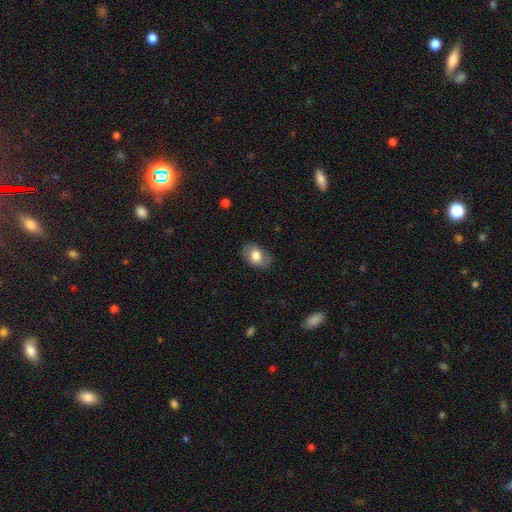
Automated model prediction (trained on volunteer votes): Smooth or featured? smooth (72%)
How rounded? in between (85%)
Merging? none (75%)